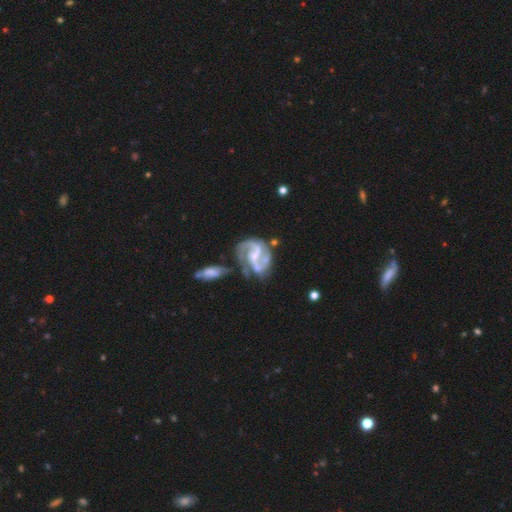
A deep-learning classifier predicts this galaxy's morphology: A featured or disk galaxy (90%) with a weak bar (49%), 2 (83%) medium (55%) spiral arms (96%) and a small central bulge (49%).

Vote fractions:
- Smooth or featured? featured or disk: 90% / smooth: 6% / star or artifact: 5%
- Edge-on disk? no: 98% / yes: 2%
- Bar? weak: 49% / strong: 26% / no: 25%
- Spiral arms? yes: 96% / no: 4%
- Spiral winding? medium: 55% / loose: 27% / tight: 19%
- Spiral arm count? 2: 83% / 3: 6% / can't tell: 5% / 1: 3% / 4: 2% / more than 4: 2%
- Bulge size? small: 49% / none: 25% / moderate: 23% / large: 2% / dominant: 1%
- Merging? none: 44% / minor disturbance: 21% / merger: 19% / major disturbance: 16%